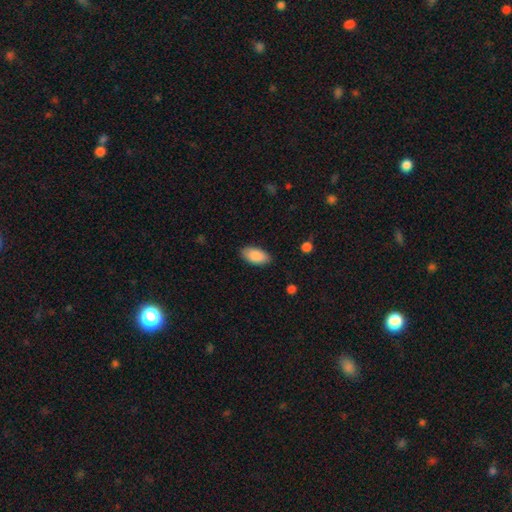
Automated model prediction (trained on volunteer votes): smooth_or_featured: smooth (p=0.89) [alt: star or artifact p=0.06]
how_rounded: in between (p=0.95) [alt: cigar-shaped p=0.03]
merging: none (p=0.86) [alt: minor disturbance p=0.11]